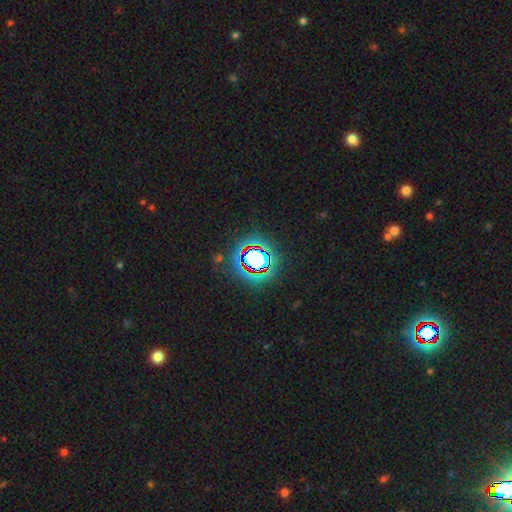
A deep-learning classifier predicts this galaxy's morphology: Smooth or featured? star or artifact (81%)